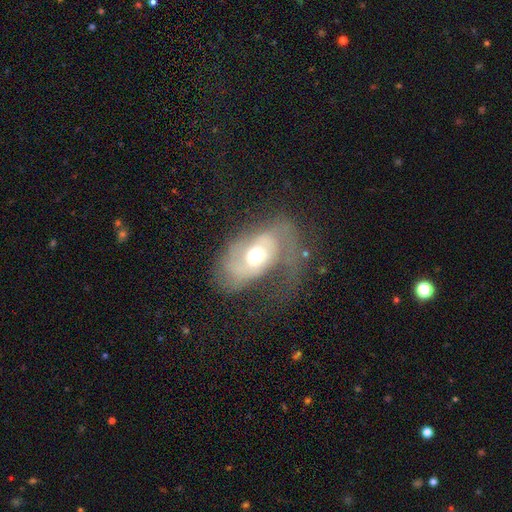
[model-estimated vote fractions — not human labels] featured or disk 59%, smooth 33%, star or artifact 8%. Down the decision tree: edge-on disk — no (93%); bar — no (70%); spiral arms — yes (66%); bulge size — moderate (69%); merging — major disturbance (44%).